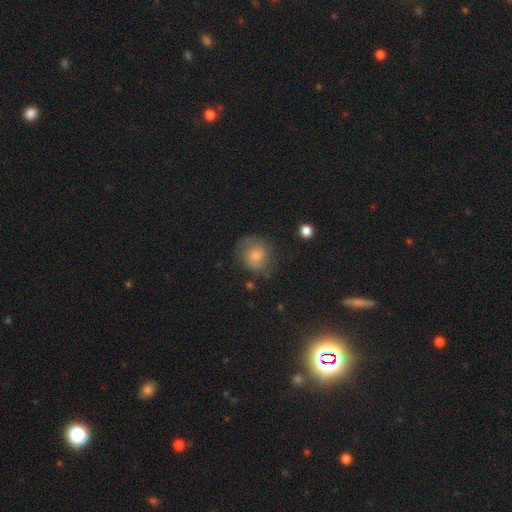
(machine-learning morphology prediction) smooth 65%, featured or disk 26%, star or artifact 9%. Down the decision tree: how rounded — round (77%); merging — none (62%).